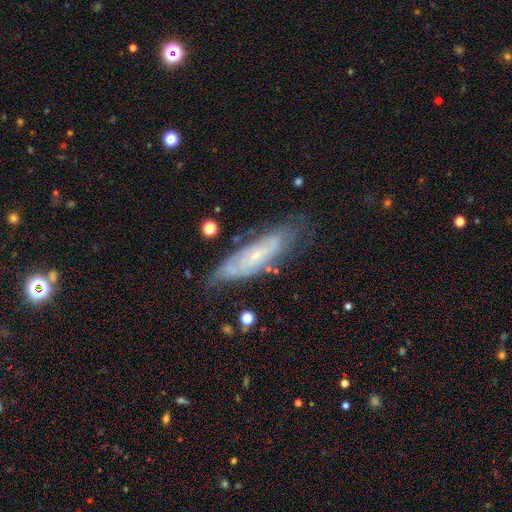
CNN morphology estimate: This appears to be a featured or disk galaxy (66%) with no bar (70%), spiral arms (76%) and a small central bulge (78%). Merging: none (64%).